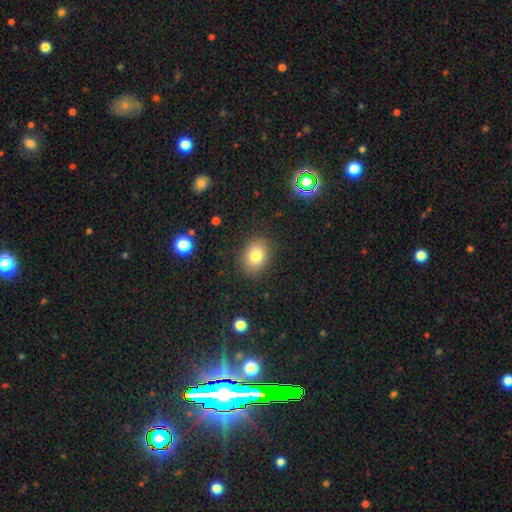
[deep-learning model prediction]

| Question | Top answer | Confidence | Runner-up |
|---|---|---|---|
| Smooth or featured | smooth | 80% | star or artifact (11%) |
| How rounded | in between | 58% | round (41%) |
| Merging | none | 86% | minor disturbance (10%) |